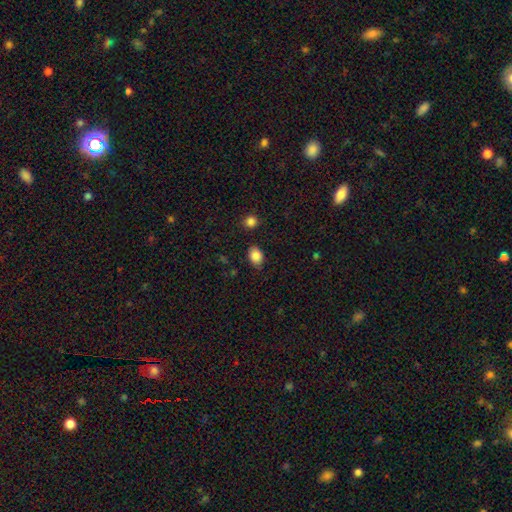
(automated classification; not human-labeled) Smooth or featured? smooth (85%)
How rounded? in between (73%)
Merging? none (81%)